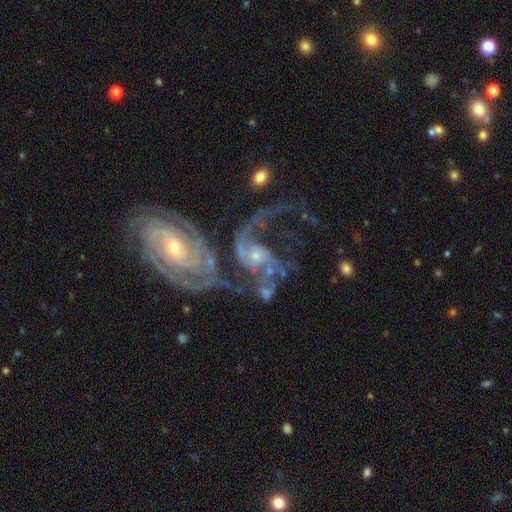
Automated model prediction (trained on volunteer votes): Q: Smooth or featured?
A: featured or disk (87%); runner-up: star or artifact (7%)
Q: Edge-on disk?
A: no (97%); runner-up: yes (3%)
Q: Bar?
A: no (54%); runner-up: weak (33%)
Q: Spiral arms?
A: yes (96%); runner-up: no (4%)
Q: Spiral winding?
A: medium (43%); runner-up: tight (32%)
Q: Spiral arm count?
A: 2 (49%); runner-up: can't tell (19%)
Q: Bulge size?
A: small (62%); runner-up: moderate (31%)
Q: Merging?
A: merger (60%); runner-up: none (16%)